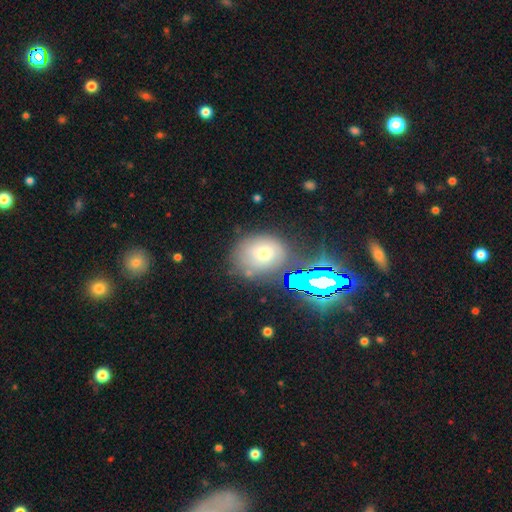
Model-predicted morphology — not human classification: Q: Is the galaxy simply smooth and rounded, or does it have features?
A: smooth — 59%.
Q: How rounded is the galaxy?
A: in between — 50%.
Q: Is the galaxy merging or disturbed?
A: none — 66%.